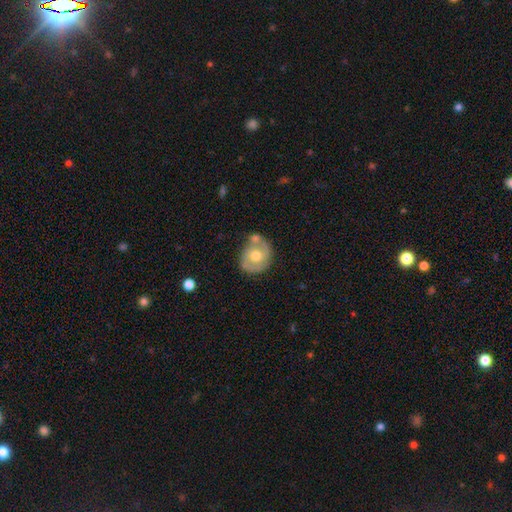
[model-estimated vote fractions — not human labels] Smooth or featured? Predicted: featured or disk (p=0.53). Edge-on disk? Predicted: no (p=0.96). Bar? Predicted: no (p=0.80). Spiral arms? Predicted: yes (p=0.54). Bulge size? Predicted: moderate (p=0.77). Merging? Predicted: none (p=0.53).